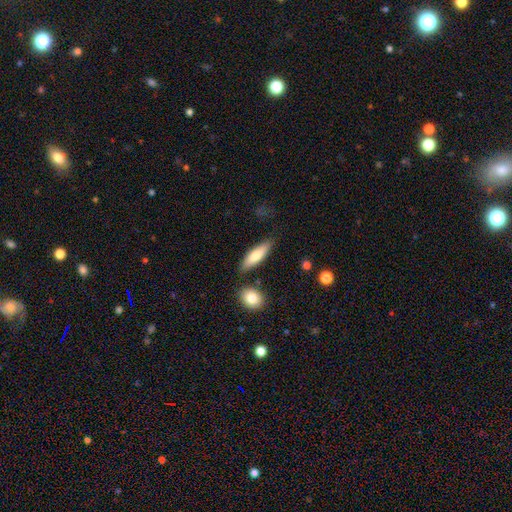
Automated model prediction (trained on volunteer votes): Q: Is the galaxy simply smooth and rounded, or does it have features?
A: smooth — 73%.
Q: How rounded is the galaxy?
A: cigar-shaped — 49%.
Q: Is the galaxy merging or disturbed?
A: none — 78%.